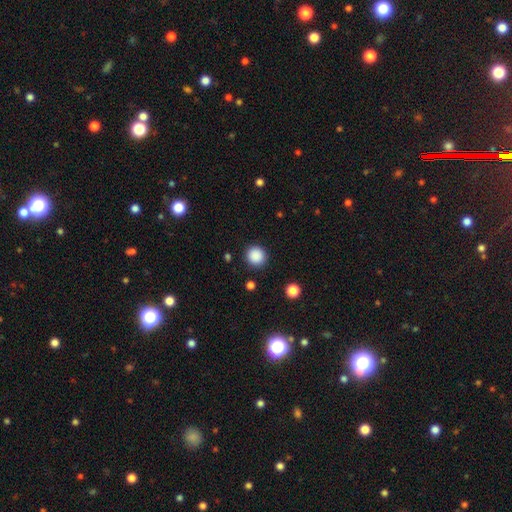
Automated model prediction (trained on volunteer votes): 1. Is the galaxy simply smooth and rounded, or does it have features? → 88% smooth, 10% star or artifact, 3% featured or disk.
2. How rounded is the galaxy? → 94% round, 5% in between, 1% cigar-shaped.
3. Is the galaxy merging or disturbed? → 90% none, 6% minor disturbance, 2% major disturbance, 1% merger.